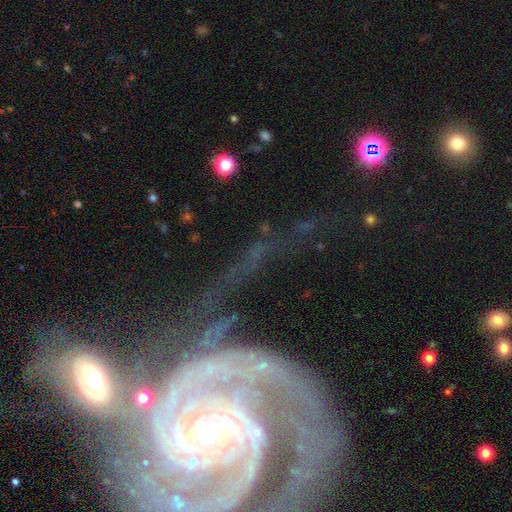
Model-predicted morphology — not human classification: This is likely a featured or disk galaxy (66%). It is clearly not viewed edge-on (86%). Bar: marginally no (43%). Spiral arm pattern: clearly yes (83%). Central bulge: possibly small (53%). Merging: possibly none (54%).